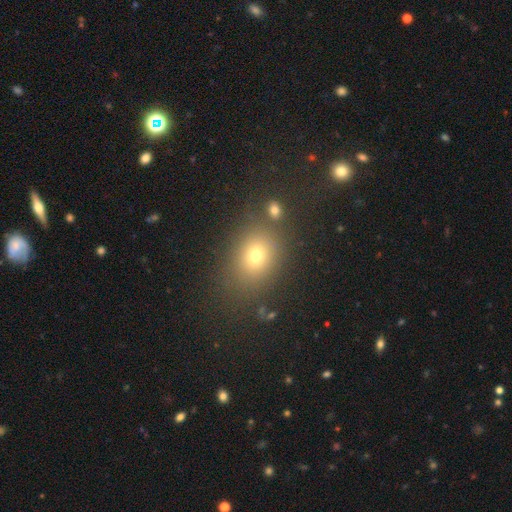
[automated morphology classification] Q: Smooth or featured?
A: smooth (66%); runner-up: star or artifact (24%)
Q: How rounded?
A: in between (55%); runner-up: round (44%)
Q: Merging?
A: none (79%); runner-up: minor disturbance (10%)